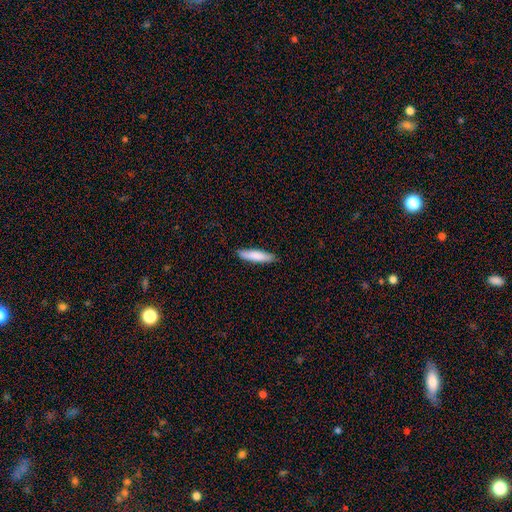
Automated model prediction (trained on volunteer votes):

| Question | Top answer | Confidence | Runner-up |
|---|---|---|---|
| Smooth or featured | smooth | 83% | featured or disk (12%) |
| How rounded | cigar-shaped | 78% | in between (21%) |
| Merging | none | 87% | minor disturbance (11%) |